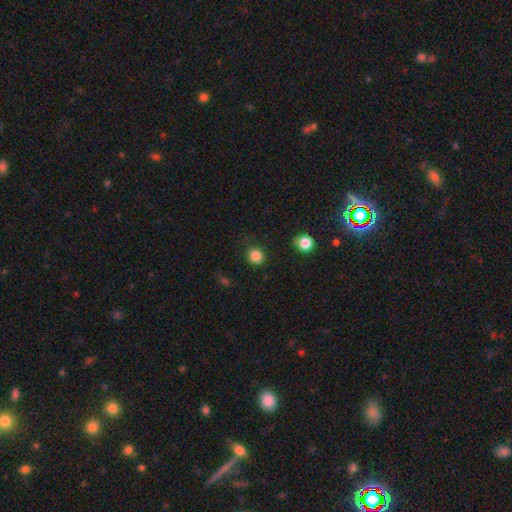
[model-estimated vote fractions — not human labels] smooth 84%, star or artifact 12%, featured or disk 4%. Down the decision tree: how rounded — round (89%); merging — none (84%).